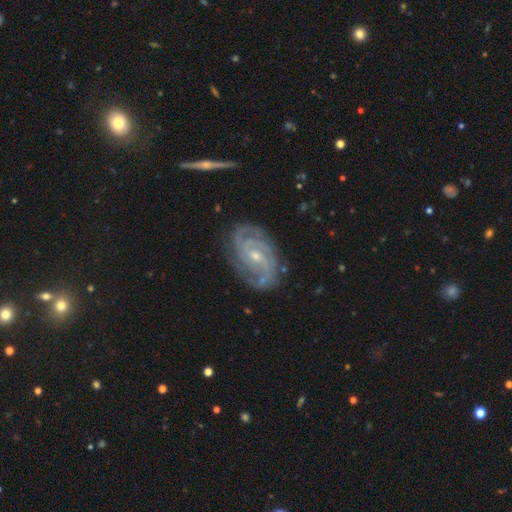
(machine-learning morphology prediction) smooth_or_featured: featured or disk (p=0.90) [alt: star or artifact p=0.05]
disk_edge_on: no (p=0.96) [alt: yes p=0.04]
bar: no (p=0.50) [alt: weak p=0.39]
has_spiral_arms: yes (p=0.98) [alt: no p=0.02]
spiral_winding: tight (p=0.63) [alt: medium p=0.32]
spiral_arm_count: 2 (p=0.38) [alt: 3 p=0.27]
bulge_size: small (p=0.62) [alt: moderate p=0.35]
merging: none (p=0.78) [alt: minor disturbance p=0.16]